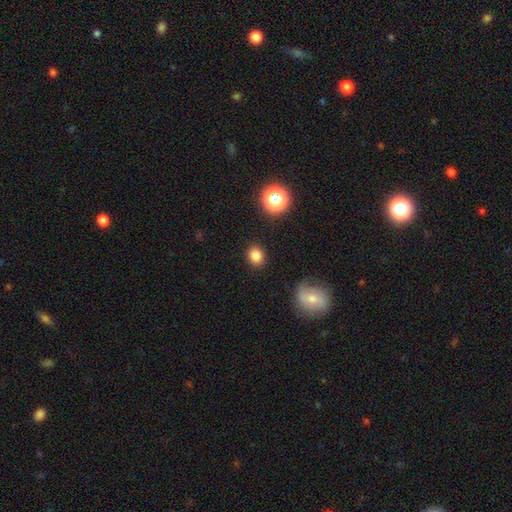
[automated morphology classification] smooth_or_featured: smooth (p=0.82) [alt: star or artifact p=0.12]
how_rounded: round (p=0.64) [alt: in between p=0.35]
merging: none (p=0.88) [alt: minor disturbance p=0.08]